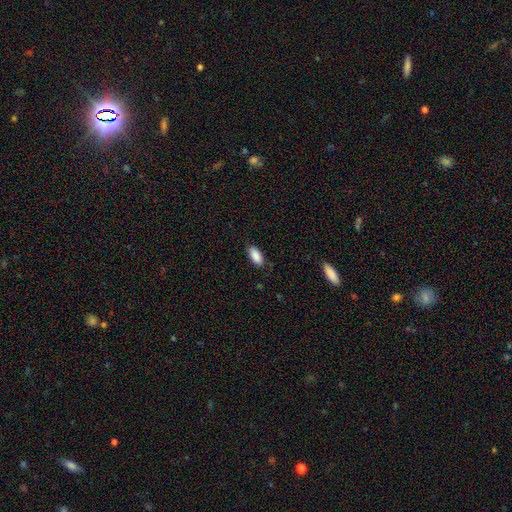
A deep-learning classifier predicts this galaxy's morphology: Q: Smooth or featured?
A: smooth (89%); runner-up: star or artifact (7%)
Q: How rounded?
A: in between (91%); runner-up: cigar-shaped (7%)
Q: Merging?
A: none (83%); runner-up: minor disturbance (13%)